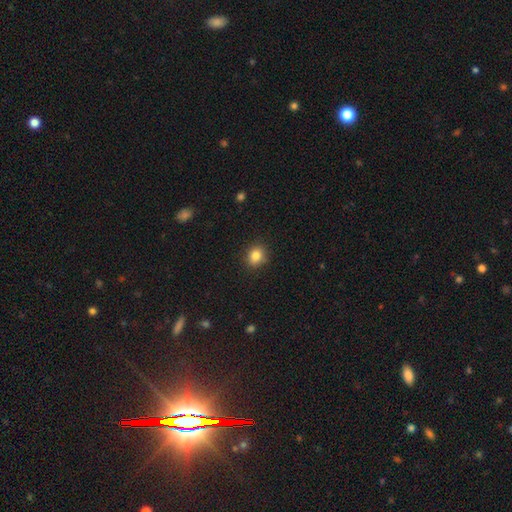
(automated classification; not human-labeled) Smooth or featured: smooth — 84% (star or artifact — 11%)
How rounded: round — 67% (in between — 32%)
Merging: none — 88% (minor disturbance — 8%)